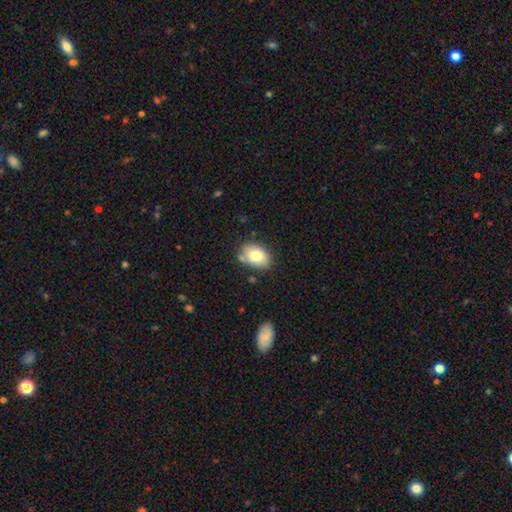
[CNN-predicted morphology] Q: Smooth or featured?
A: smooth (79%); runner-up: featured or disk (13%)
Q: How rounded?
A: in between (80%); runner-up: round (19%)
Q: Merging?
A: none (74%); runner-up: minor disturbance (17%)